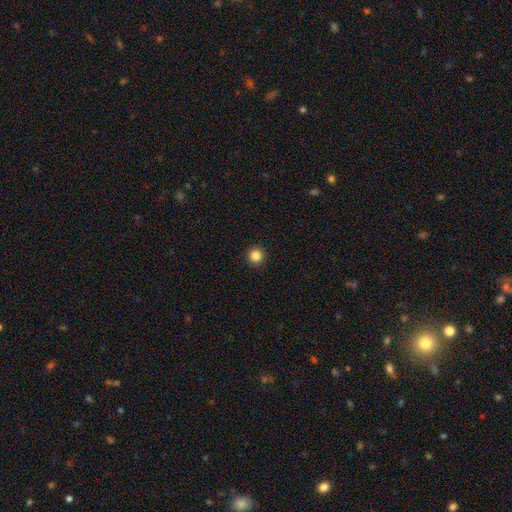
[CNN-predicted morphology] Smooth or featured? Predicted: smooth (p=0.86). How rounded? Predicted: round (p=0.96). Merging? Predicted: none (p=0.93).